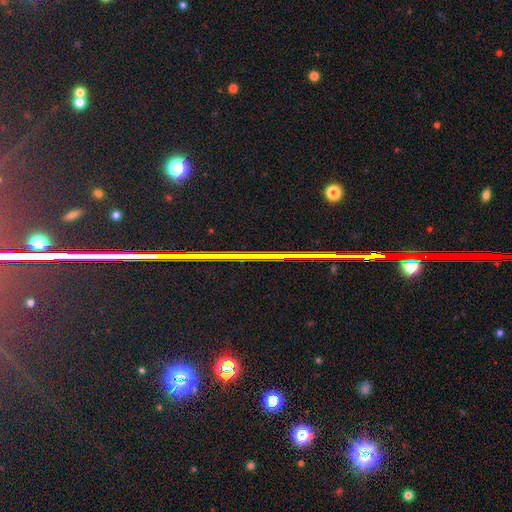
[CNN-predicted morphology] smooth_or_featured: star or artifact (p=0.82) [alt: smooth p=0.09]